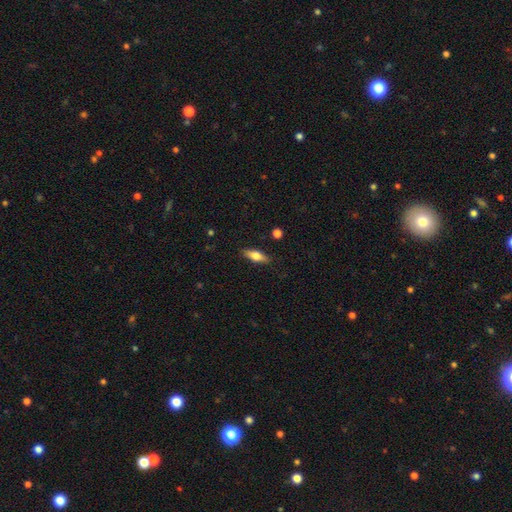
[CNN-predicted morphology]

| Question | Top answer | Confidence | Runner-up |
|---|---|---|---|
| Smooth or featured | smooth | 61% | featured or disk (32%) |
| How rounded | in between | 60% | cigar-shaped (37%) |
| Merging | none | 87% | minor disturbance (10%) |